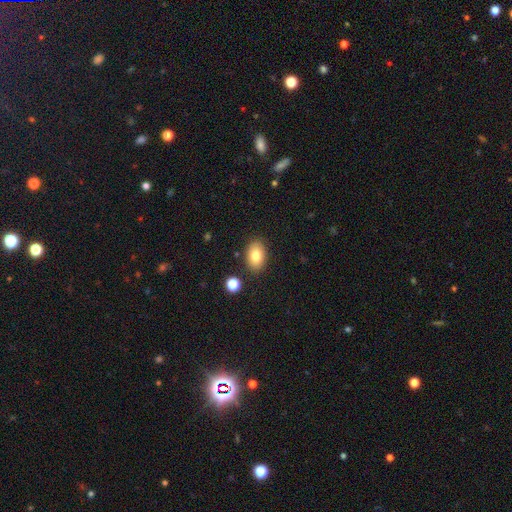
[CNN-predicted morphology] Smooth or featured: smooth — 80% (featured or disk — 11%)
How rounded: in between — 84% (round — 14%)
Merging: none — 85% (minor disturbance — 9%)